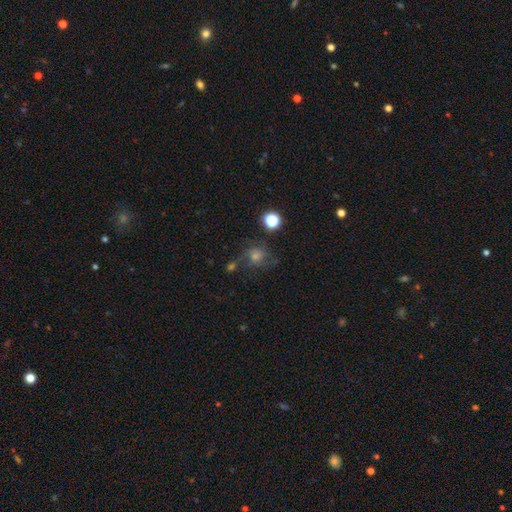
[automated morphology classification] Smooth or featured?
  - smooth: 37% *
  - featured or disk: 33%
  - star or artifact: 30%
Merging?
  - none: 62% *
  - minor disturbance: 17%
  - major disturbance: 12%
  - merger: 9%